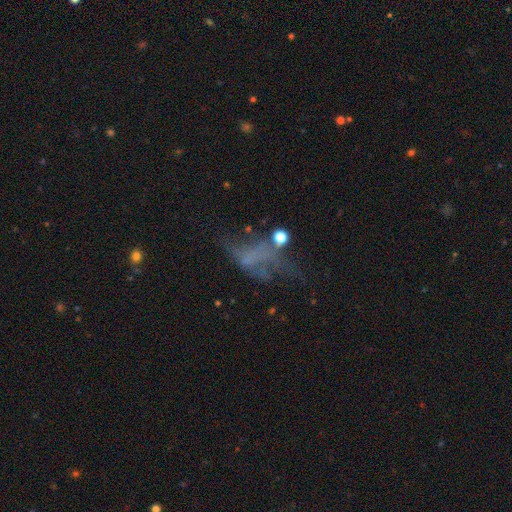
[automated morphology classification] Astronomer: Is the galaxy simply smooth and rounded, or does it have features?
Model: featured or disk — 45% (runner-up: smooth, 28%).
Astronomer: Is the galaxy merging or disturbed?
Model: major disturbance — 49% (runner-up: none, 25%).